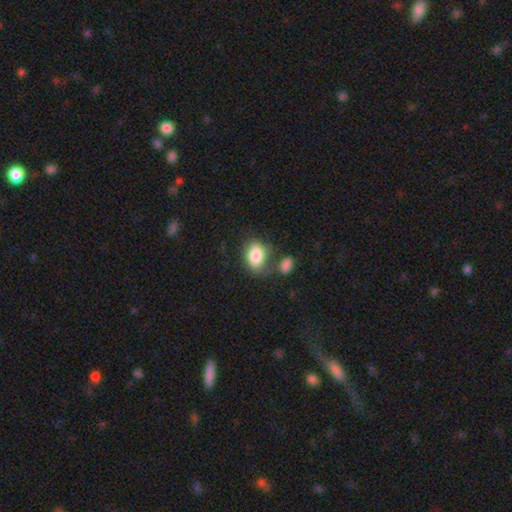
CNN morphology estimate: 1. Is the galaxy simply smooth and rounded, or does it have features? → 84% smooth, 9% featured or disk, 7% star or artifact.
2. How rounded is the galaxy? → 80% in between, 18% round, 1% cigar-shaped.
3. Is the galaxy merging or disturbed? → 50% none, 21% merger, 20% minor disturbance, 9% major disturbance.